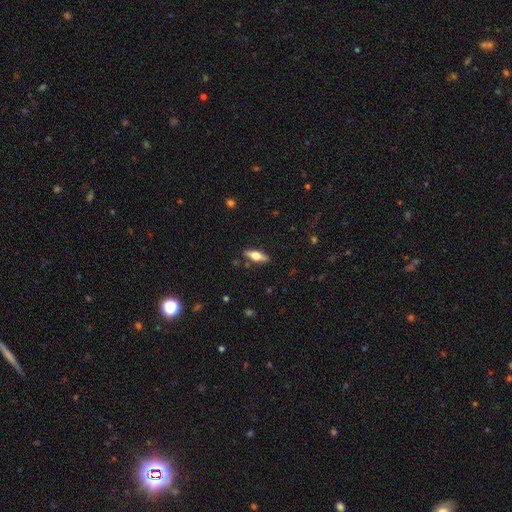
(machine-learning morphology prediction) Smooth or featured?
  - smooth: 50% *
  - featured or disk: 44%
  - star or artifact: 6%
Merging?
  - none: 87% *
  - minor disturbance: 9%
  - major disturbance: 2%
  - merger: 2%